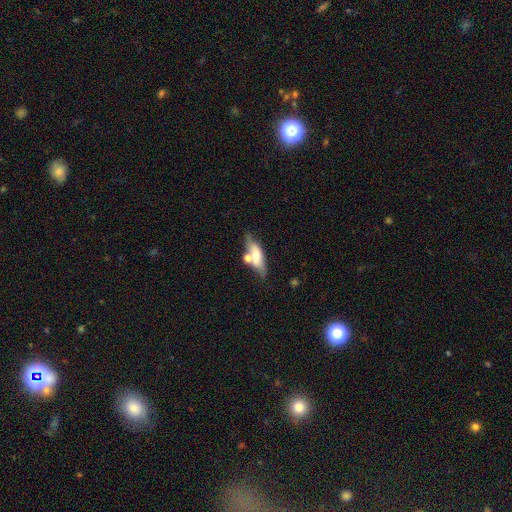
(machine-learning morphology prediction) Smooth or featured?
  - smooth: 56% *
  - featured or disk: 37%
  - star or artifact: 7%
How rounded?
  - in between: 57% *
  - cigar-shaped: 40%
  - round: 4%
Merging?
  - none: 51% *
  - merger: 23%
  - minor disturbance: 19%
  - major disturbance: 7%